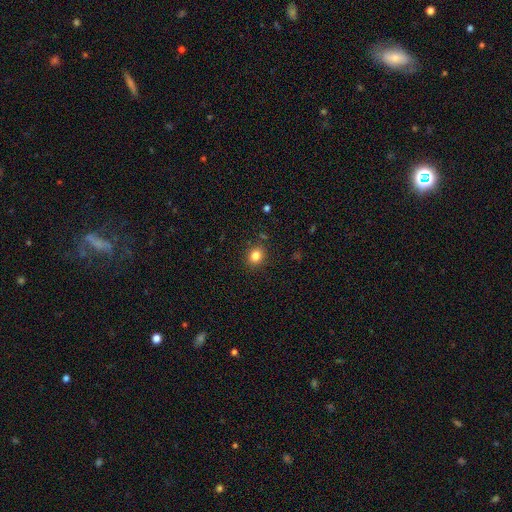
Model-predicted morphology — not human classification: smooth-or-featured: smooth: 83% | star or artifact: 12% | featured or disk: 5%
  how-rounded: round: 74% | in between: 26% | cigar-shaped: 1%
  merging: none: 89% | minor disturbance: 7% | major disturbance: 2% | merger: 2%